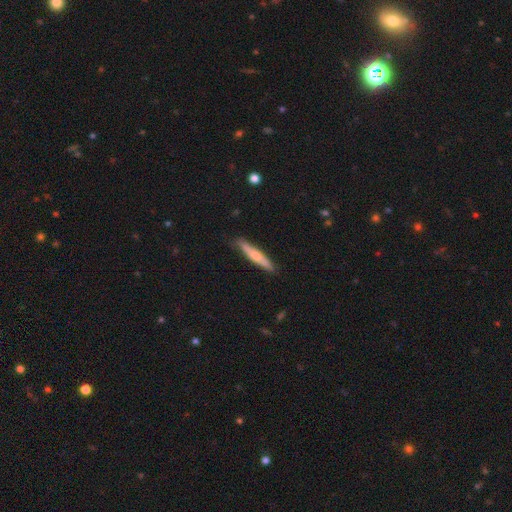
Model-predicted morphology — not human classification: Smooth or featured? Predicted: smooth (p=0.54). How rounded? Predicted: cigar-shaped (p=0.90). Merging? Predicted: none (p=0.84).